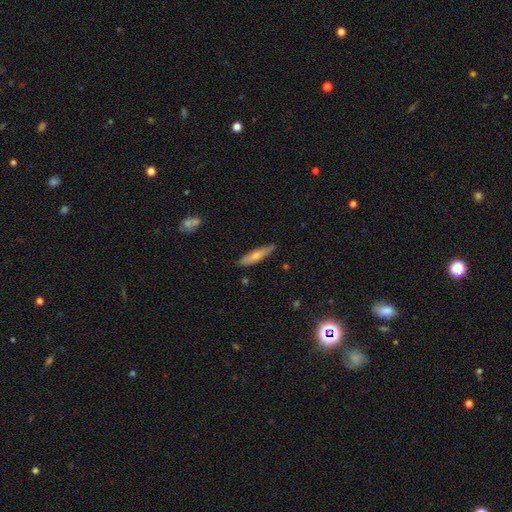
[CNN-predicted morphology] Smooth or featured?
  - smooth: 68% *
  - featured or disk: 26%
  - star or artifact: 6%
How rounded?
  - cigar-shaped: 77% *
  - in between: 21%
  - round: 2%
Merging?
  - none: 83% *
  - minor disturbance: 13%
  - major disturbance: 2%
  - merger: 2%